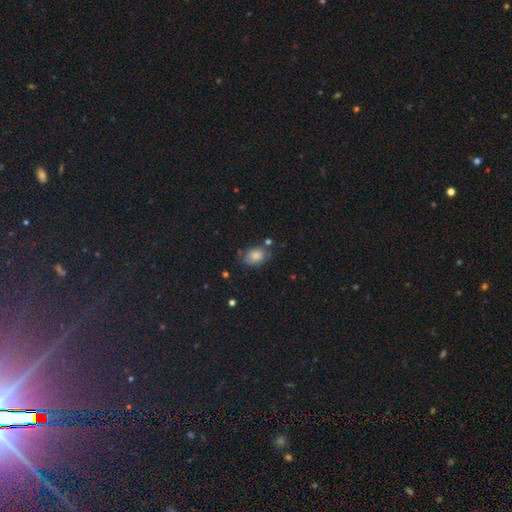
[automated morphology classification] The model was most divided on "merging": none: 64%, minor disturbance: 23%, merger: 7%, major disturbance: 6%. More confident: smooth or featured — smooth (79%); how rounded — in between (74%).